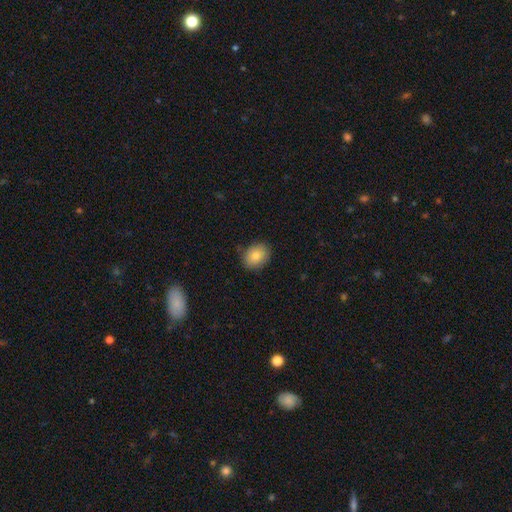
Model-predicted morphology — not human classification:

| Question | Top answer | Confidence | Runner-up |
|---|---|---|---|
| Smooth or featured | smooth | 84% | featured or disk (8%) |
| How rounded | in between | 57% | round (42%) |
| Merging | none | 85% | minor disturbance (12%) |